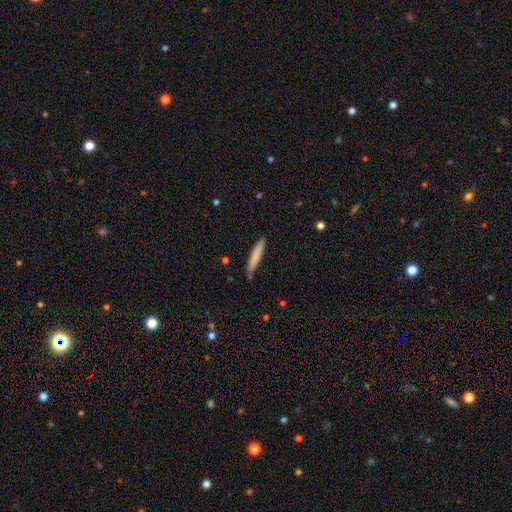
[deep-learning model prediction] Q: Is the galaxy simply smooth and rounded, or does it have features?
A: smooth — 78%.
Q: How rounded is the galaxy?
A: cigar-shaped — 93%.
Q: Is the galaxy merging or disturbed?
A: none — 84%.